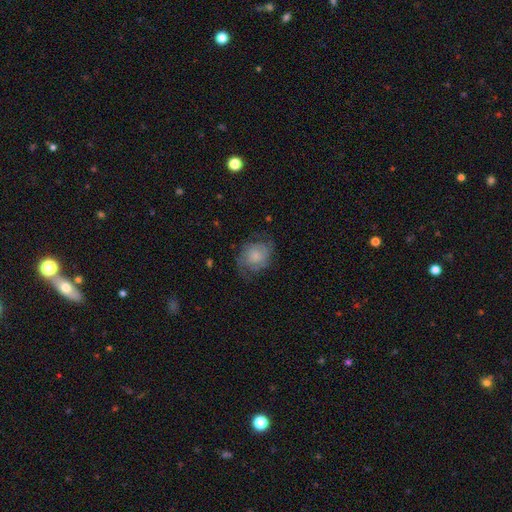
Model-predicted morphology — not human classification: Smooth or featured: featured or disk — 53% (smooth — 39%)
Edge-on disk: no — 97% (yes — 3%)
Bar: no — 77% (weak — 20%)
Spiral arms: yes — 87% (no — 13%)
Bulge size: small — 39% (moderate — 29%)
Merging: none — 61% (minor disturbance — 24%)